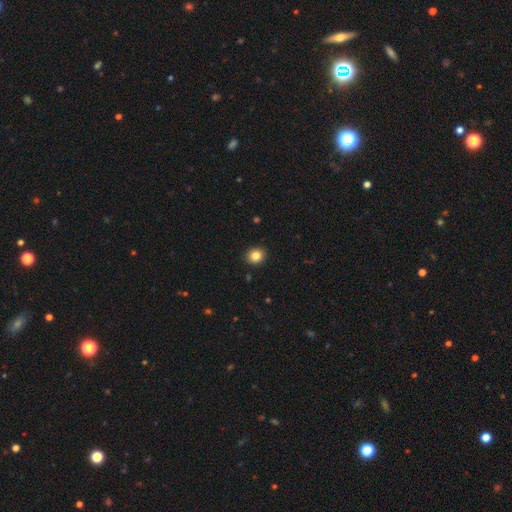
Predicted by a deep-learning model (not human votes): Smooth or featured? smooth (84%)
How rounded? round (80%)
Merging? none (92%)